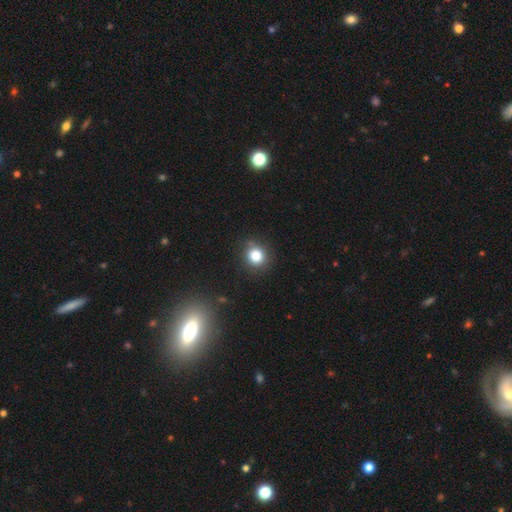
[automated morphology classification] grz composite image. It shows a smooth galaxy with no disk features (81%) that is round (86%). Merging: none (81%).